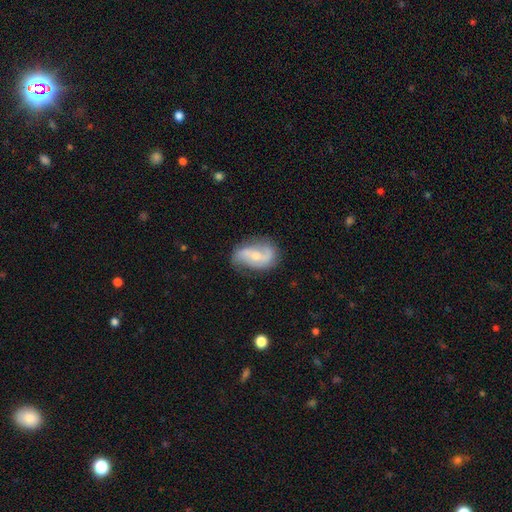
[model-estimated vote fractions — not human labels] Q: Smooth or featured?
A: featured or disk (78%); runner-up: smooth (16%)
Q: Edge-on disk?
A: no (96%); runner-up: yes (4%)
Q: Bar?
A: no (46%); runner-up: weak (38%)
Q: Spiral arms?
A: yes (93%); runner-up: no (7%)
Q: Spiral winding?
A: loose (53%); runner-up: medium (34%)
Q: Spiral arm count?
A: 2 (88%); runner-up: can't tell (5%)
Q: Bulge size?
A: moderate (49%); runner-up: small (45%)
Q: Merging?
A: none (71%); runner-up: minor disturbance (20%)